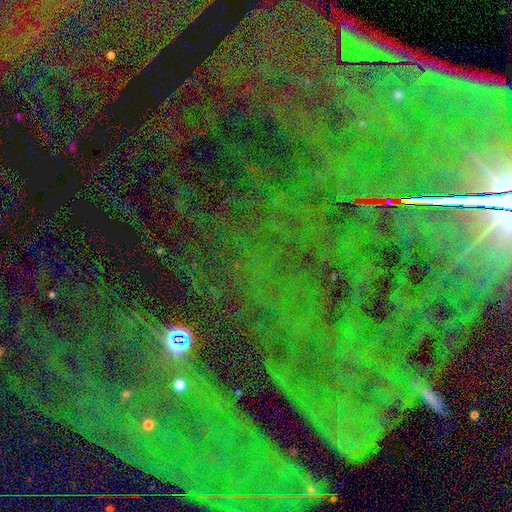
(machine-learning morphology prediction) A star or artifact, not a galaxy (84%).

Vote fractions:
- Smooth or featured? star or artifact: 84% / featured or disk: 9% / smooth: 7%